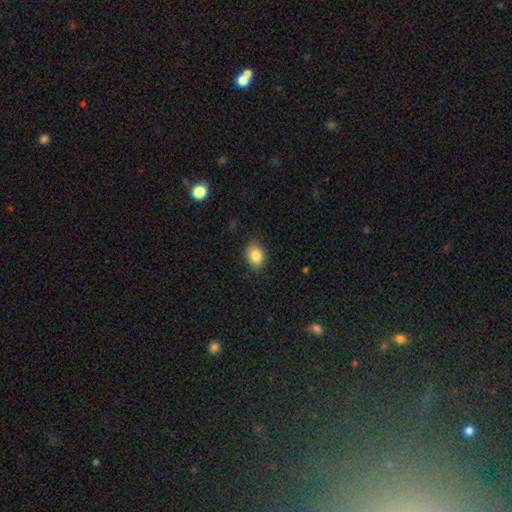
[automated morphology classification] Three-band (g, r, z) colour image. It shows a smooth galaxy with no disk features (84%) that is in between round and cigar-shaped (62%). Merging: none (83%).